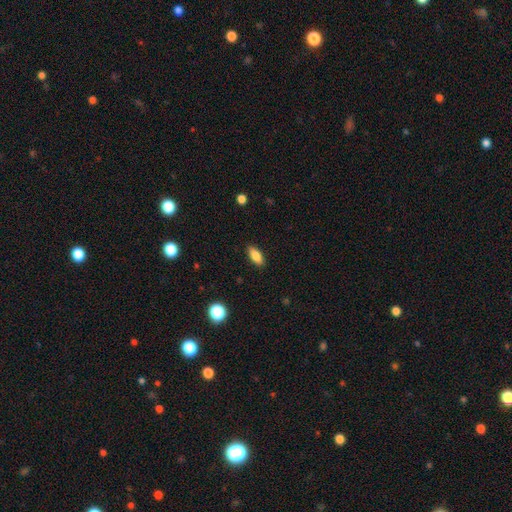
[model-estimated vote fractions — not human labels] A smooth galaxy with no disk features (84%) that is in between round and cigar-shaped (83%).

Vote fractions:
- Smooth or featured? smooth: 84% / featured or disk: 9% / star or artifact: 8%
- How rounded? in between: 83% / cigar-shaped: 14% / round: 3%
- Merging? none: 89% / minor disturbance: 8% / major disturbance: 2% / merger: 1%